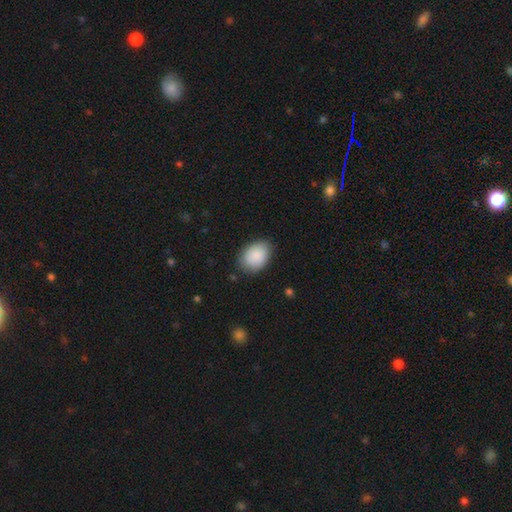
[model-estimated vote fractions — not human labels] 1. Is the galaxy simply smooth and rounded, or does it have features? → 89% smooth, 6% star or artifact, 5% featured or disk.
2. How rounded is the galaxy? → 80% in between, 19% round, 1% cigar-shaped.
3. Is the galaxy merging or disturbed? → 82% none, 14% minor disturbance, 3% major disturbance, 1% merger.